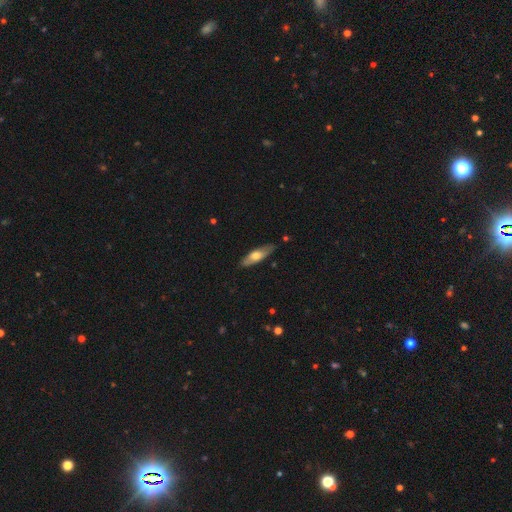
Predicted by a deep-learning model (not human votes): Smooth or featured? Predicted: smooth (p=0.54). How rounded? Predicted: cigar-shaped (p=0.51). Merging? Predicted: none (p=0.82).